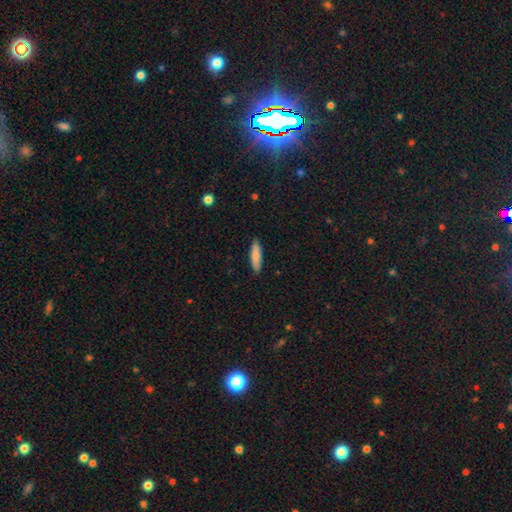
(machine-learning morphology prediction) Smooth or featured?
  - smooth: 81% *
  - featured or disk: 13%
  - star or artifact: 6%
How rounded?
  - cigar-shaped: 74% *
  - in between: 25%
  - round: 2%
Merging?
  - none: 89% *
  - minor disturbance: 8%
  - major disturbance: 2%
  - merger: 1%